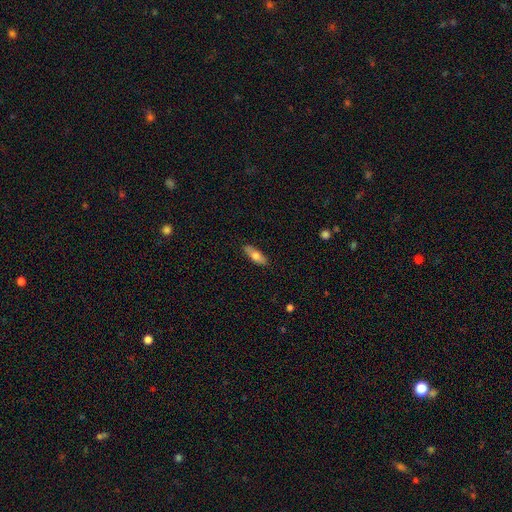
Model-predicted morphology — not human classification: A smooth galaxy with no disk features (69%) that is in between round and cigar-shaped (58%). Merging: none (85%).